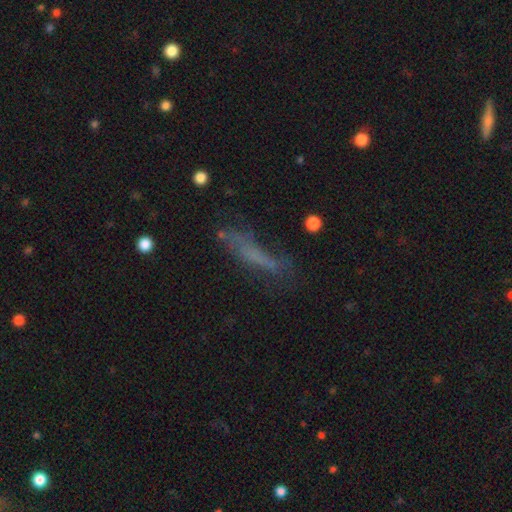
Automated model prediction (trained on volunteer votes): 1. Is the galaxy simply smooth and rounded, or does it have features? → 51% smooth, 33% featured or disk, 16% star or artifact.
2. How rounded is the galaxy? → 77% cigar-shaped, 21% in between, 3% round.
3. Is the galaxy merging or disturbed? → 48% none, 26% minor disturbance, 21% major disturbance, 5% merger.